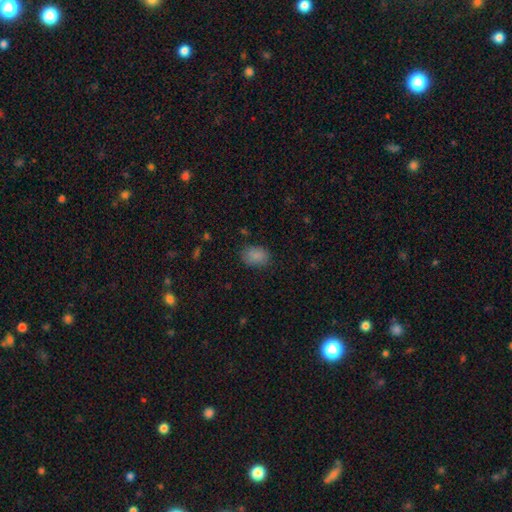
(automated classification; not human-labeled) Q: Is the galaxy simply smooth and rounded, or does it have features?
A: smooth — 86%.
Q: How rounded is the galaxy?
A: in between — 72%.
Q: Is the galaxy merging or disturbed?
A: none — 80%.